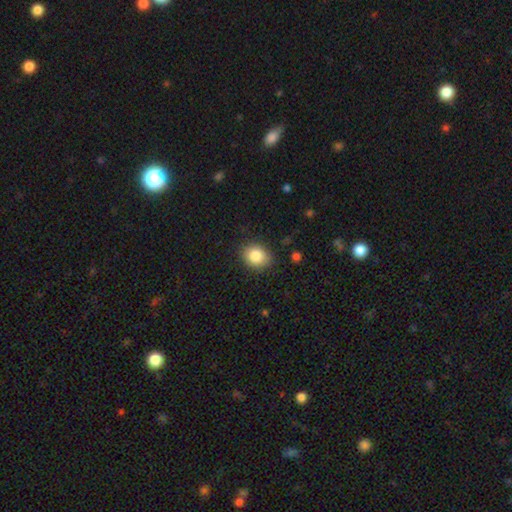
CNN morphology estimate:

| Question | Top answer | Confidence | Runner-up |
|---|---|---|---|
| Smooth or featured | smooth | 84% | star or artifact (9%) |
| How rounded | round | 51% | in between (48%) |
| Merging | none | 85% | minor disturbance (11%) |